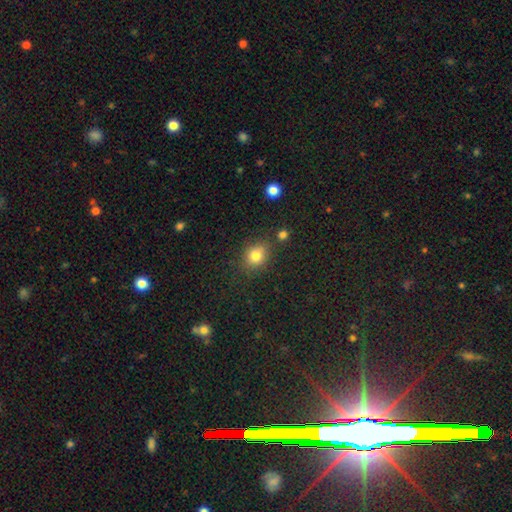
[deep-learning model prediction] Smooth or featured? Predicted: smooth (p=0.81). How rounded? Predicted: round (p=0.68). Merging? Predicted: none (p=0.77).